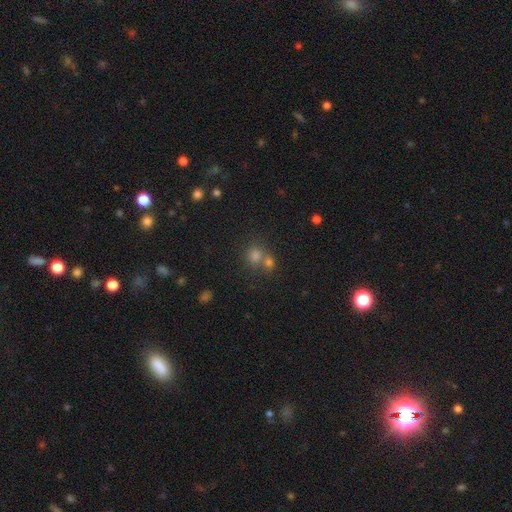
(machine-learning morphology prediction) This appears to be a smooth galaxy with no disk features (65%) that is round (85%). Merging: none (52%).